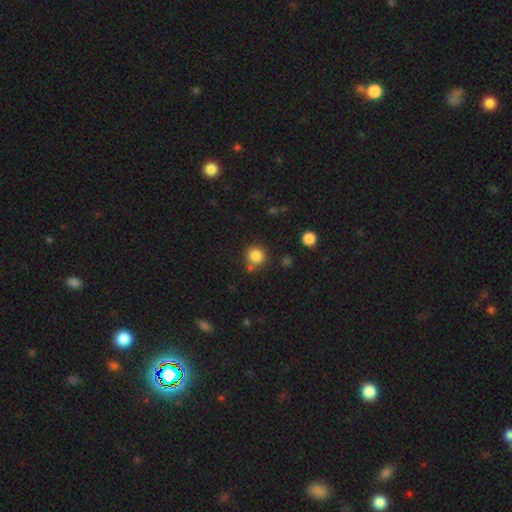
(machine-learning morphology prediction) A smooth galaxy with no disk features (84%) that is round (93%).

Vote fractions:
- Smooth or featured? smooth: 84% / star or artifact: 11% / featured or disk: 5%
- How rounded? round: 93% / in between: 6% / cigar-shaped: 1%
- Merging? none: 77% / merger: 11% / minor disturbance: 9% / major disturbance: 3%